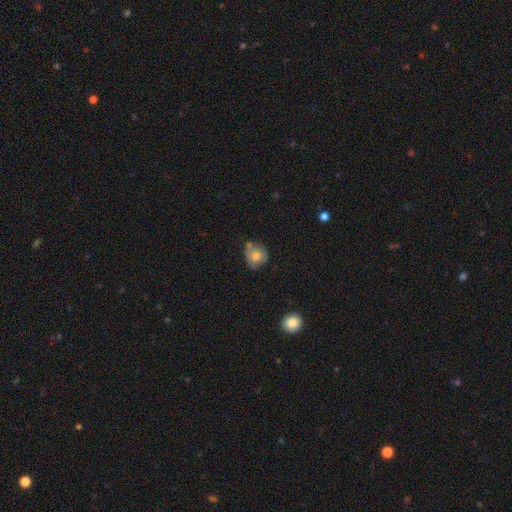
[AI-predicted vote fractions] Smooth or featured? Predicted: smooth (p=0.69). How rounded? Predicted: round (p=0.77). Merging? Predicted: none (p=0.56).